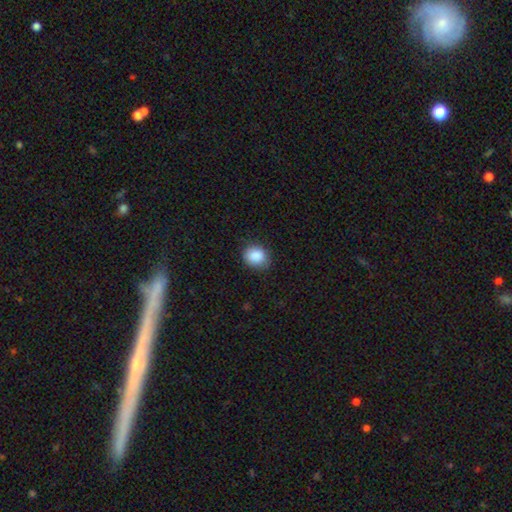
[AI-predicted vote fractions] Morphology: type=smooth (88%); roundness=round (68%); merging=none (80%).